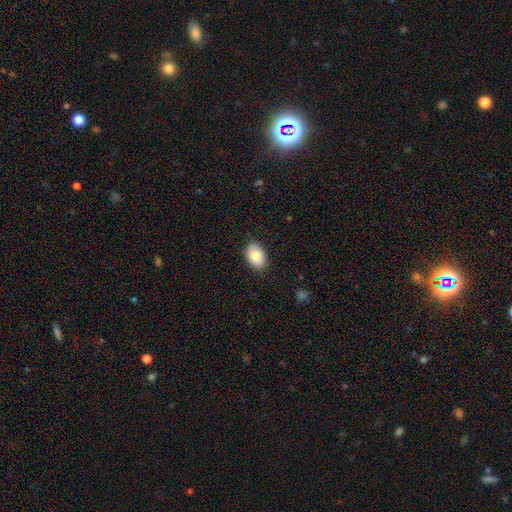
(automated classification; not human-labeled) The model was most divided on "smooth or featured": smooth: 82%, featured or disk: 11%, star or artifact: 7%. More confident: how rounded — in between (88%); merging — none (84%).